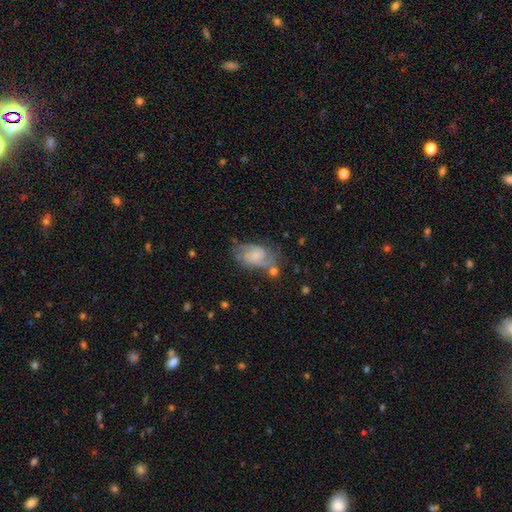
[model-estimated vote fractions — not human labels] A featured or disk galaxy (64%) with no bar (58%), 2 (70%) medium (47%) spiral arms (90%) and a small central bulge (43%). Merging: none (52%).